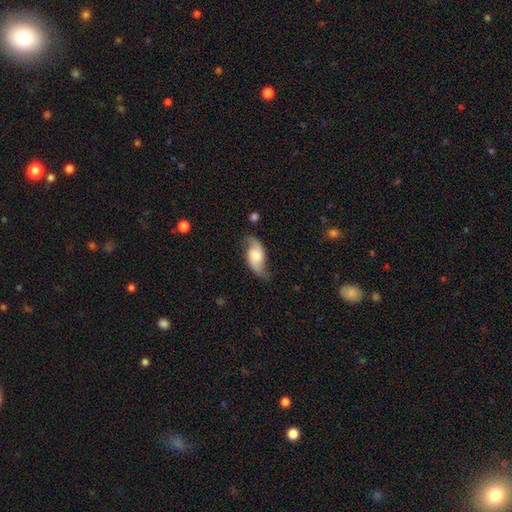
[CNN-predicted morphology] Smooth or featured? Predicted: featured or disk (p=0.68). Edge-on disk? Predicted: no (p=0.94). Bar? Predicted: no (p=0.59). Spiral arms? Predicted: yes (p=0.93). Spiral winding? Predicted: loose (p=0.64). Spiral arm count? Predicted: 2 (p=0.90). Bulge size? Predicted: moderate (p=0.38). Merging? Predicted: none (p=0.69).